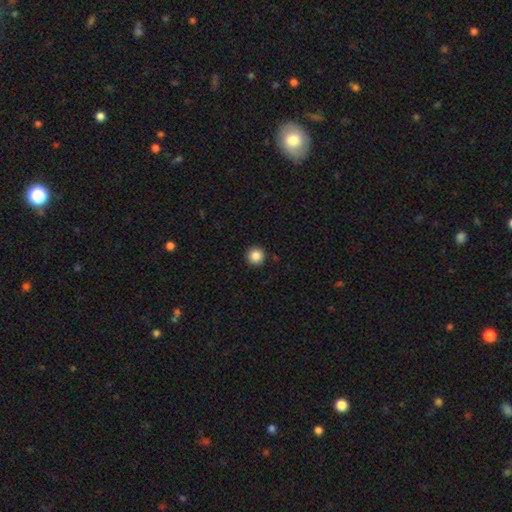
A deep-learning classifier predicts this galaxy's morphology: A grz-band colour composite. It shows a smooth galaxy with no disk features (87%) that is round (96%). Merging: none (93%).